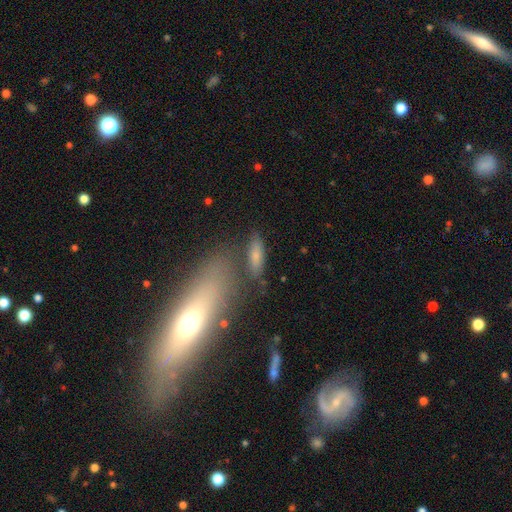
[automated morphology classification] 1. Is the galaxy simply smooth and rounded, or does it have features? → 73% smooth, 17% featured or disk, 10% star or artifact.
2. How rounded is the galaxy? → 51% in between, 44% cigar-shaped, 5% round.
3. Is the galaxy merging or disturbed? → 66% none, 16% minor disturbance, 11% merger, 7% major disturbance.